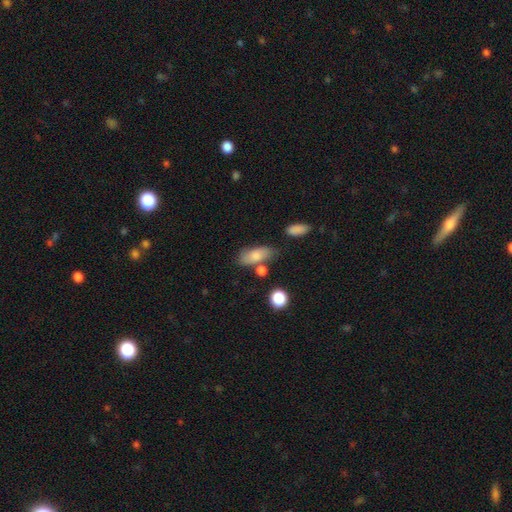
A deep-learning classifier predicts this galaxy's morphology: This is likely a smooth galaxy (76%). How rounded: clearly in between (85%). Merging: likely none (61%).